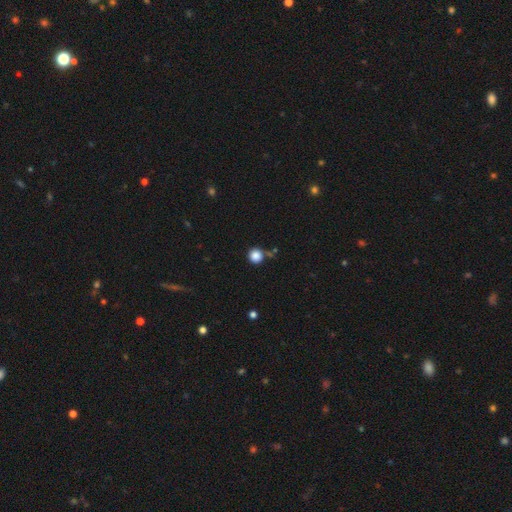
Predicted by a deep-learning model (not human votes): smooth-or-featured: smooth: 86% | star or artifact: 11% | featured or disk: 3%
  how-rounded: round: 94% | in between: 5% | cigar-shaped: 1%
  merging: none: 79% | minor disturbance: 10% | merger: 8% | major disturbance: 3%